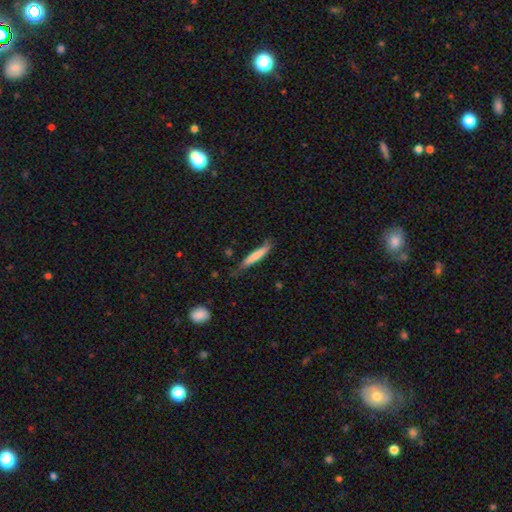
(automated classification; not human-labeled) A smooth galaxy with no disk features (71%) that is cigar-shaped (92%). Merging: none (66%).